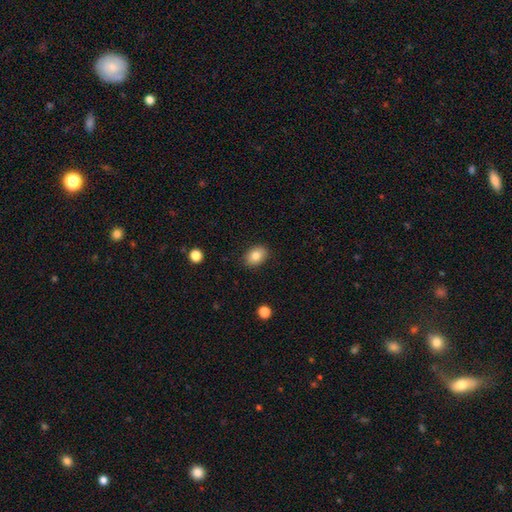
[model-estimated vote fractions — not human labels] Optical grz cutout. It shows a smooth galaxy with no disk features (82%) that is in between round and cigar-shaped (74%). Merging: none (88%).